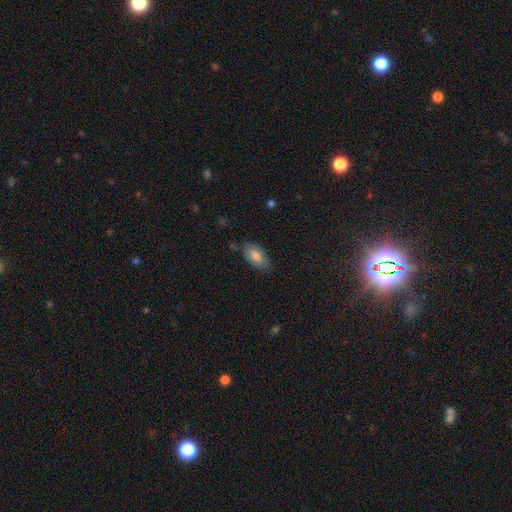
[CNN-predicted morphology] Q: Smooth or featured?
A: smooth (77%); runner-up: featured or disk (16%)
Q: How rounded?
A: in between (93%); runner-up: cigar-shaped (5%)
Q: Merging?
A: none (78%); runner-up: minor disturbance (17%)